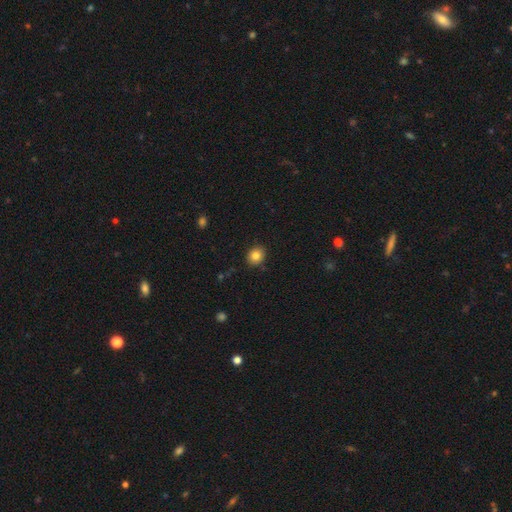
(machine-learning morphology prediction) Smooth or featured: smooth — 84% (star or artifact — 10%)
How rounded: round — 73% (in between — 26%)
Merging: none — 87% (minor disturbance — 9%)